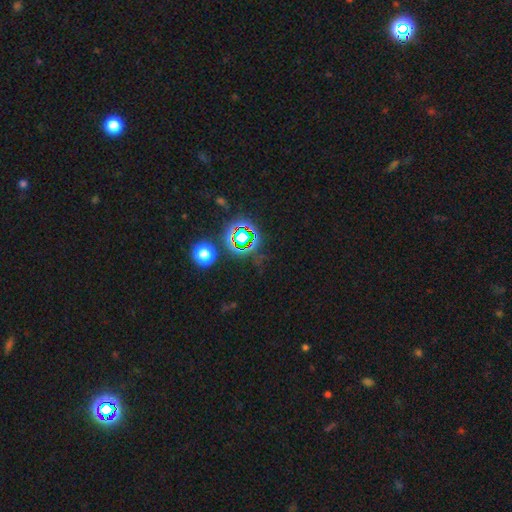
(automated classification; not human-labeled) The model was most divided on "smooth or featured": star or artifact: 75%, smooth: 15%, featured or disk: 10%.